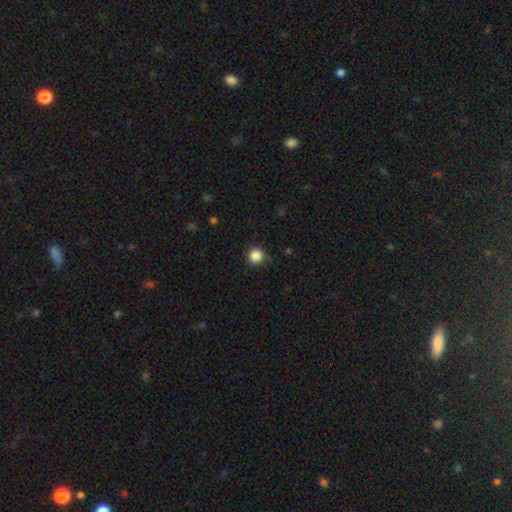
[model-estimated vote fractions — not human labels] This is clearly a smooth galaxy (86%). How rounded: clearly round (95%). Merging: clearly none (87%).